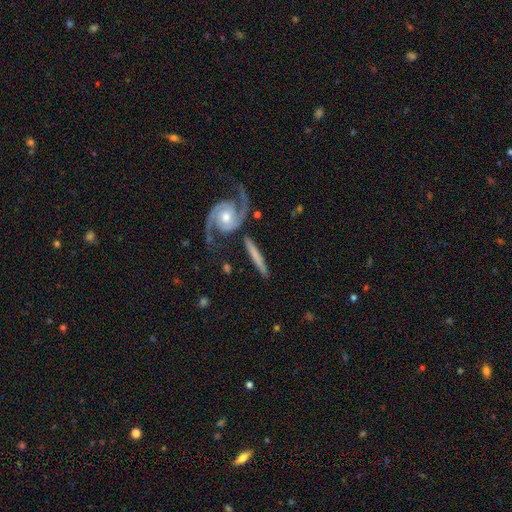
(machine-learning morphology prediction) Smooth or featured? featured or disk (62%)
Edge-on disk? no (54%)
Merging? none (73%)